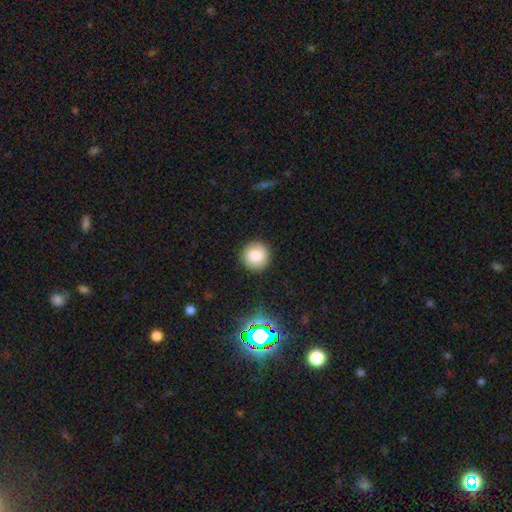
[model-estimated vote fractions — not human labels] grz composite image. It shows a smooth galaxy with no disk features (82%) that is round (94%). Merging: none (89%).